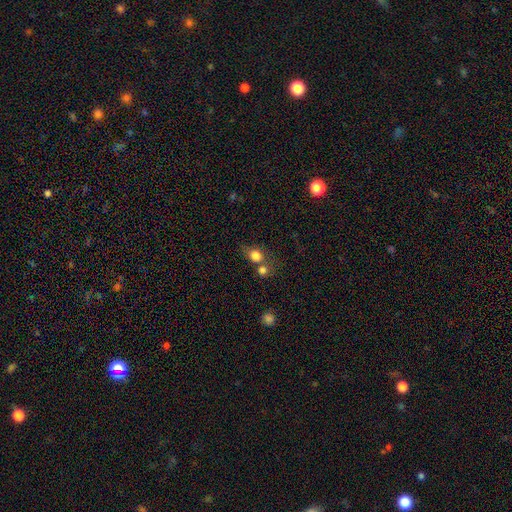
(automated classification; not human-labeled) Q: Smooth or featured?
A: smooth (80%); runner-up: star or artifact (11%)
Q: How rounded?
A: round (61%); runner-up: in between (37%)
Q: Merging?
A: none (43%); runner-up: merger (37%)